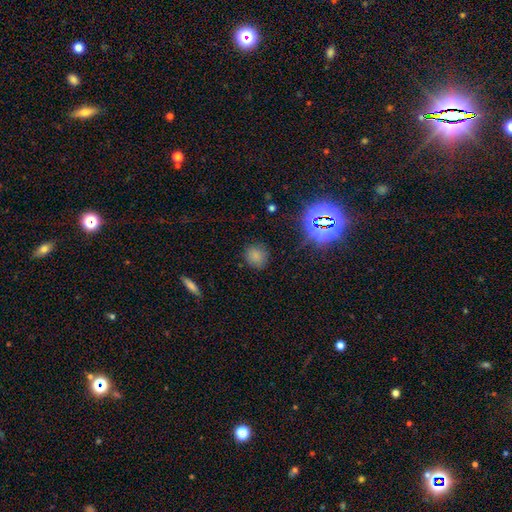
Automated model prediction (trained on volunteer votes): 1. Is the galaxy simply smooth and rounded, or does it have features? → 75% smooth, 19% star or artifact, 6% featured or disk.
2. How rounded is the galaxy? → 81% round, 18% in between, 1% cigar-shaped.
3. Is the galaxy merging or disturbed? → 84% none, 11% minor disturbance, 4% major disturbance, 2% merger.